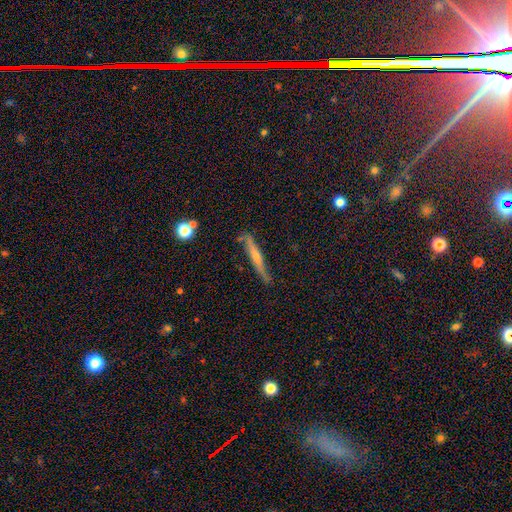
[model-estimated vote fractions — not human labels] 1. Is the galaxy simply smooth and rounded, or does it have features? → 56% featured or disk, 36% smooth, 8% star or artifact.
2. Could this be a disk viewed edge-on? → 93% yes, 7% no.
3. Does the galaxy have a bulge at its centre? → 51% rounded, 38% none, 11% boxy.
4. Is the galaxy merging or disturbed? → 78% none, 16% minor disturbance, 3% major disturbance, 3% merger.